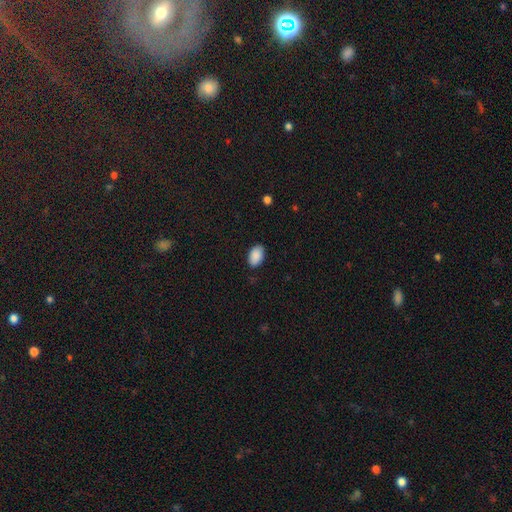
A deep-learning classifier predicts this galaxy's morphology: The model was most divided on "merging": none: 86%, minor disturbance: 11%, major disturbance: 2%, merger: 1%. More confident: how rounded — in between (91%); smooth or featured — smooth (90%).